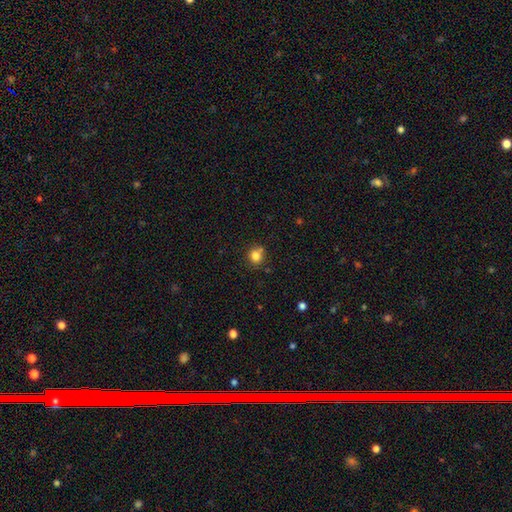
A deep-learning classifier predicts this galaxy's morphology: smooth 81%, star or artifact 12%, featured or disk 7%. Down the decision tree: how rounded — round (83%); merging — none (69%).